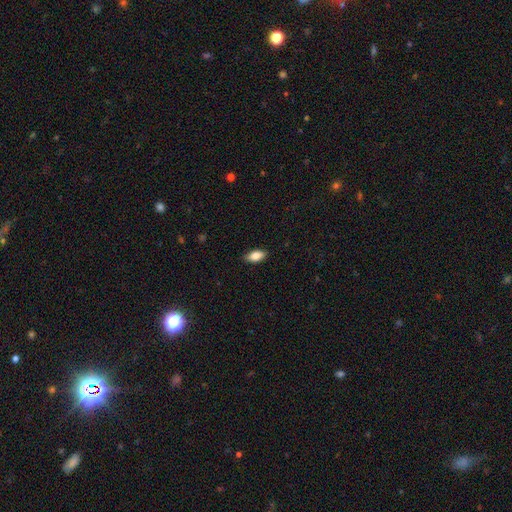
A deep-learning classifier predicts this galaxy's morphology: This appears to be a smooth galaxy with no disk features (84%) that is in between round and cigar-shaped (89%). Merging: none (87%).